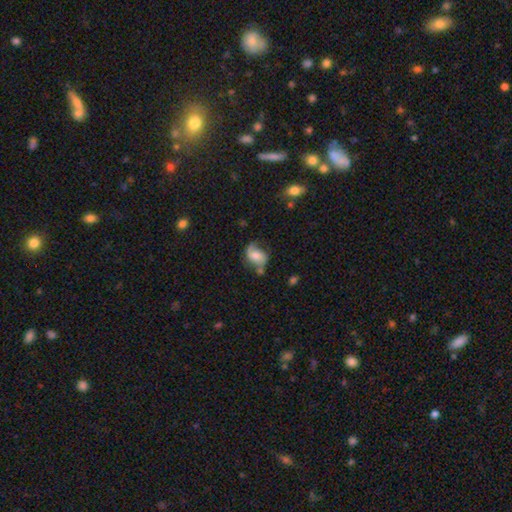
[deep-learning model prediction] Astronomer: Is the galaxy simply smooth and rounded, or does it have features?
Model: featured or disk — 47% (runner-up: smooth, 44%).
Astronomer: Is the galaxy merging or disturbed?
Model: none — 48% (runner-up: minor disturbance, 28%).